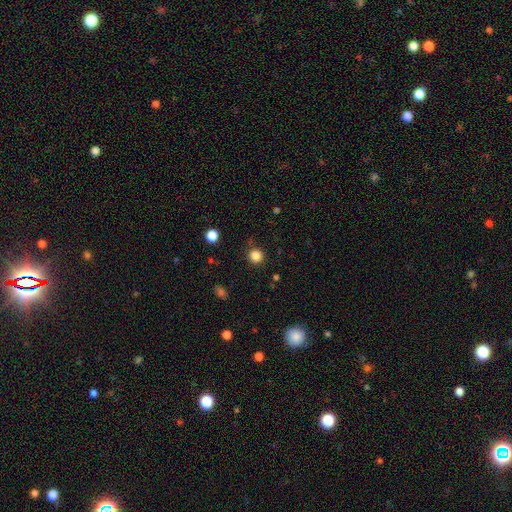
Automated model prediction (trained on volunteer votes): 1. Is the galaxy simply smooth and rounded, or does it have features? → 84% smooth, 12% star or artifact, 4% featured or disk.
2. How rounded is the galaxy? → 94% round, 5% in between, 1% cigar-shaped.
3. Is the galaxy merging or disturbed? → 87% none, 8% minor disturbance, 3% major disturbance, 2% merger.